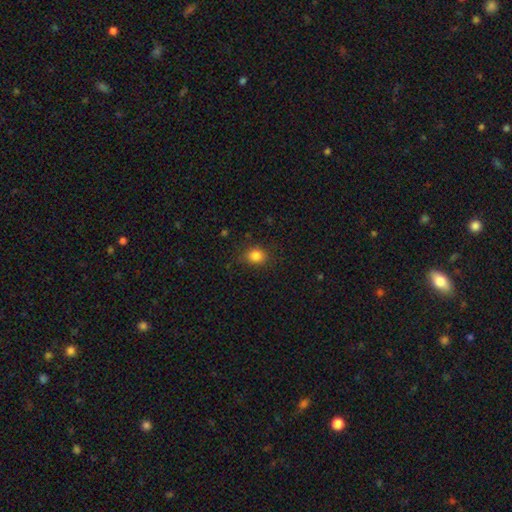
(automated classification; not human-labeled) Overall: smooth (84%). How rounded: round (58%; in between 40%). Merging: none (82%).